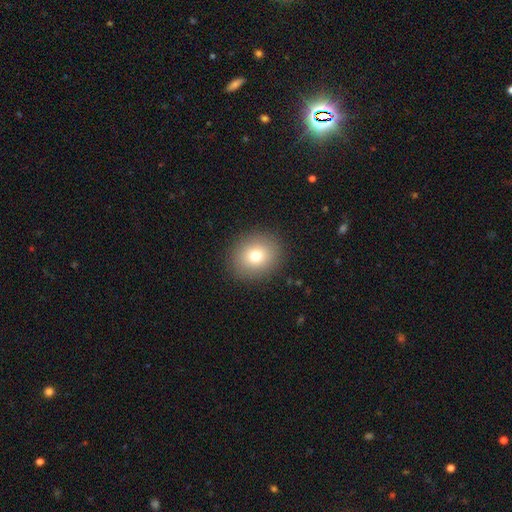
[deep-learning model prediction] smooth 75%, star or artifact 13%, featured or disk 12%. Down the decision tree: how rounded — round (75%); merging — none (90%).